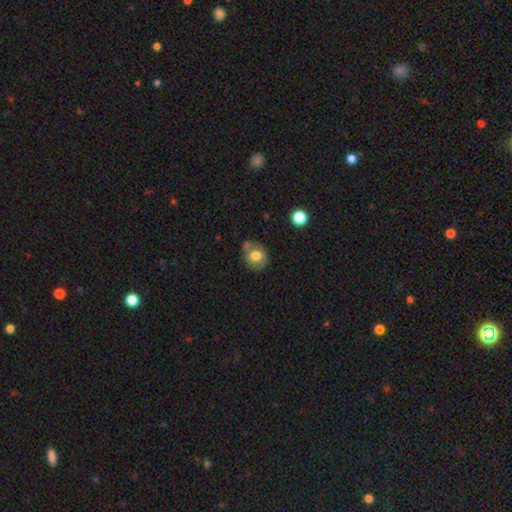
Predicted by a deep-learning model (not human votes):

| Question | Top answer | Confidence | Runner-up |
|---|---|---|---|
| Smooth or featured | smooth | 69% | featured or disk (22%) |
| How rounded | round | 69% | in between (30%) |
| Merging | none | 61% | minor disturbance (21%) |